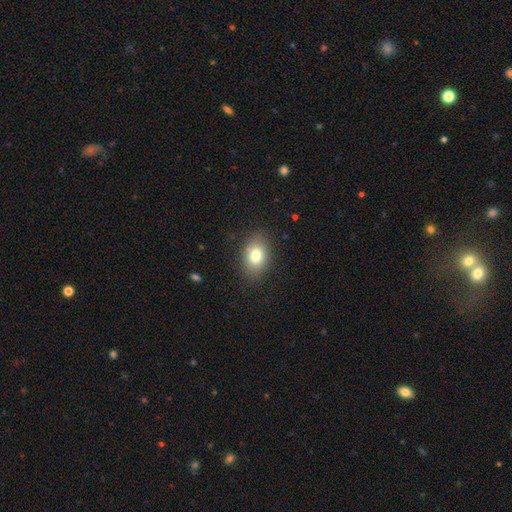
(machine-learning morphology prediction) Smooth or featured: smooth — 78% (featured or disk — 13%)
How rounded: in between — 80% (round — 19%)
Merging: none — 83% (minor disturbance — 12%)